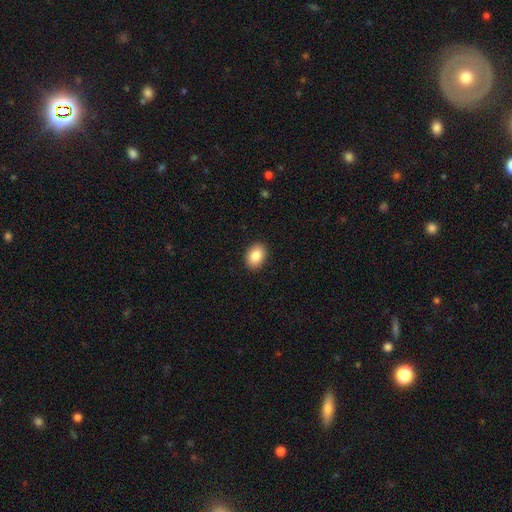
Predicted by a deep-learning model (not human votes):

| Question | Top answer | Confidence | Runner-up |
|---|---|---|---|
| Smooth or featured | smooth | 86% | star or artifact (8%) |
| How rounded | in between | 75% | round (24%) |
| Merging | none | 91% | minor disturbance (7%) |